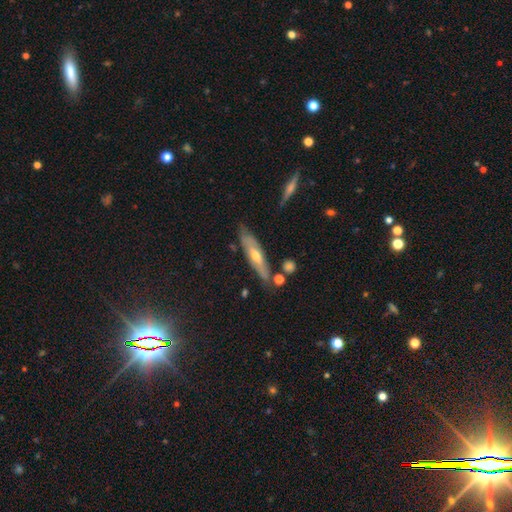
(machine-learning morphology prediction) Overall: featured or disk (61%; smooth 31%). Edge-on disk: yes (70%; no 30%). Merging: none (76%).